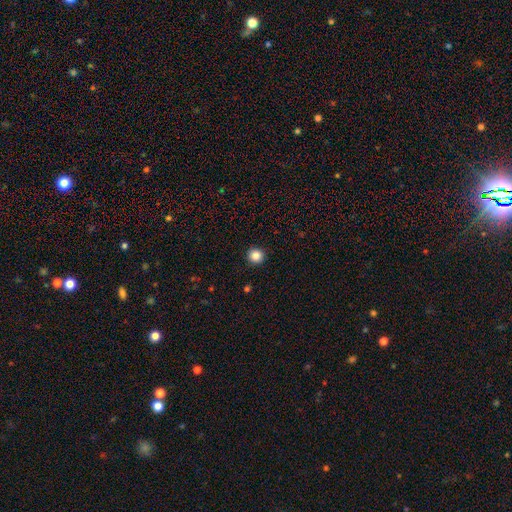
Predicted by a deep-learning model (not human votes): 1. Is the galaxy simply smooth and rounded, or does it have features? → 86% smooth, 11% star or artifact, 3% featured or disk.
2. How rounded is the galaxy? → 95% round, 4% in between, 1% cigar-shaped.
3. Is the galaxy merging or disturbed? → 92% none, 5% minor disturbance, 2% major disturbance, 1% merger.